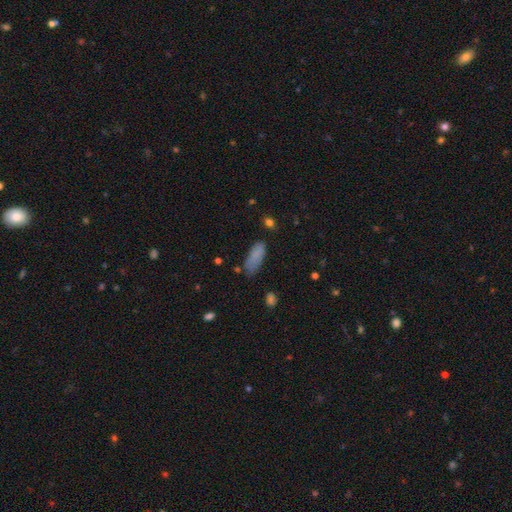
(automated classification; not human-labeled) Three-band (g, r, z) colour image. It shows a smooth galaxy with no disk features (82%) that is in between round and cigar-shaped (71%). Merging: none (57%).